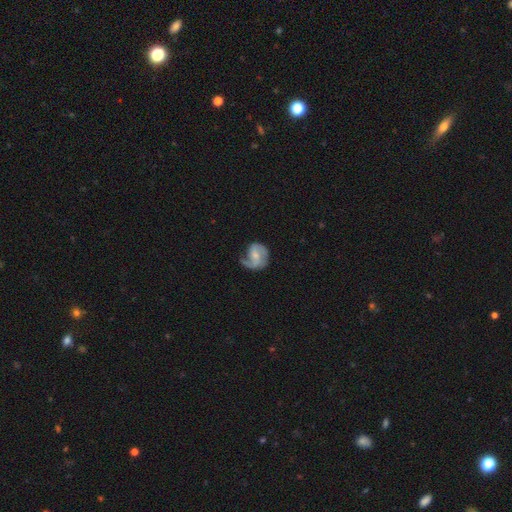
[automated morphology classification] Smooth or featured: featured or disk — 78% (smooth — 17%)
Edge-on disk: no — 98% (yes — 2%)
Bar: no — 44% (weak — 43%)
Spiral arms: yes — 94% (no — 6%)
Spiral winding: medium — 46% (loose — 32%)
Spiral arm count: 2 — 64% (1 — 25%)
Bulge size: small — 52% (moderate — 37%)
Merging: none — 52% (minor disturbance — 26%)